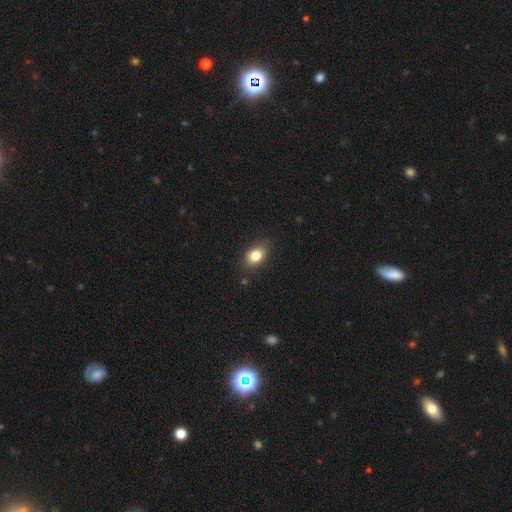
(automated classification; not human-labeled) smooth_or_featured: smooth (p=0.82) [alt: star or artifact p=0.09]
how_rounded: in between (p=0.78) [alt: round p=0.20]
merging: none (p=0.79) [alt: minor disturbance p=0.16]